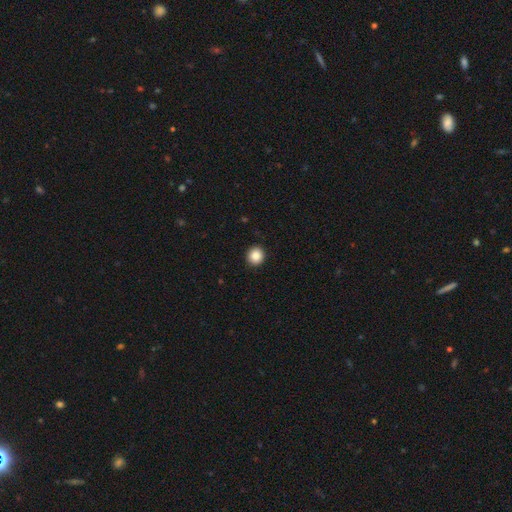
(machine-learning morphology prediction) The model was most divided on "smooth or featured": smooth: 87%, star or artifact: 9%, featured or disk: 4%. More confident: merging — none (93%); how rounded — round (91%).